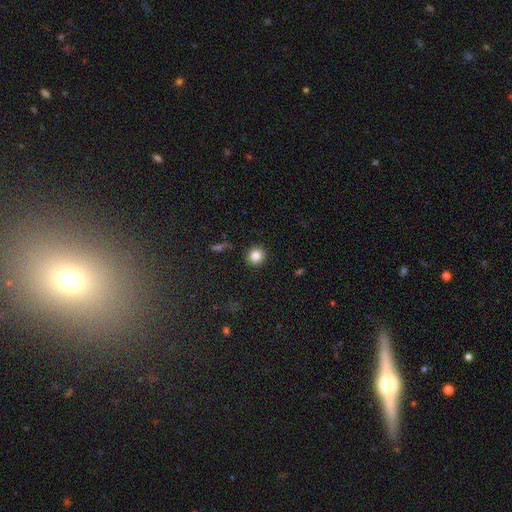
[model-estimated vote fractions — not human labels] Smooth or featured? Predicted: smooth (p=0.85). How rounded? Predicted: round (p=0.91). Merging? Predicted: none (p=0.91).